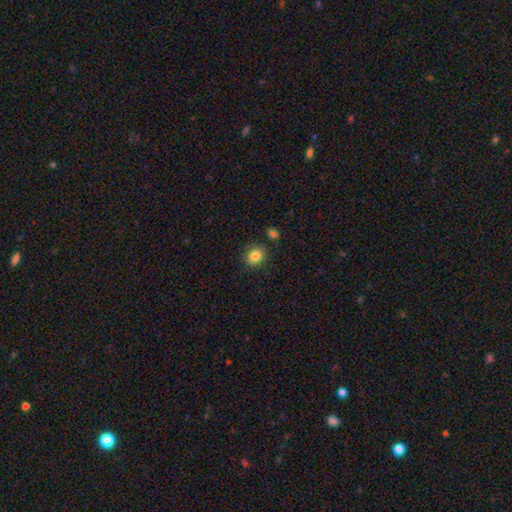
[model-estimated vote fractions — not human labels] This is clearly a smooth galaxy (85%). How rounded: possibly round (59%). Merging: clearly none (81%).